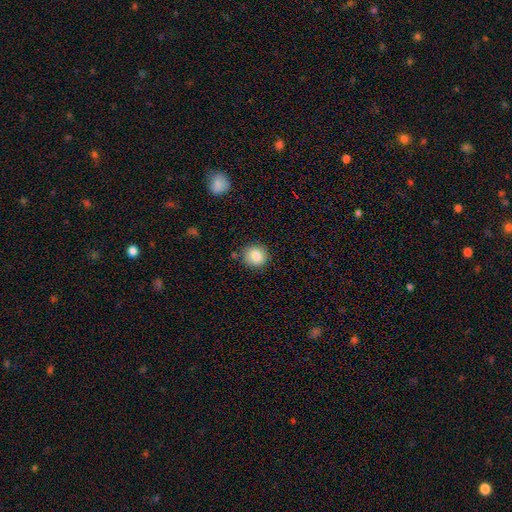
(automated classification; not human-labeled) The model was most divided on "how rounded": round: 82%, in between: 17%, cigar-shaped: 1%. More confident: smooth or featured — smooth (85%); merging — none (83%).